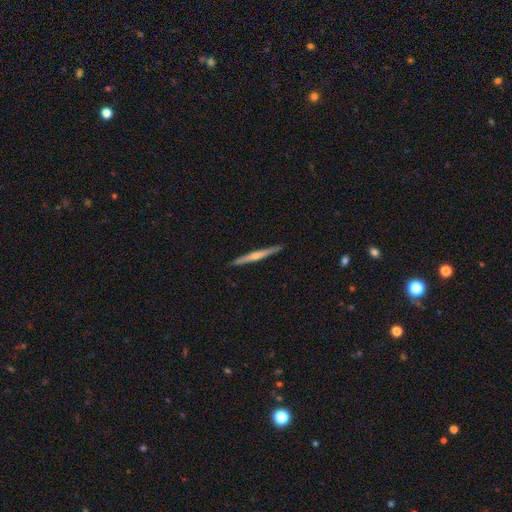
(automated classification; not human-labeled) The model was most divided on "smooth or featured": featured or disk: 63%, smooth: 31%, star or artifact: 5%. More confident: edge-on disk — yes (98%); merging — none (91%); edge-on bulge — rounded (71%).